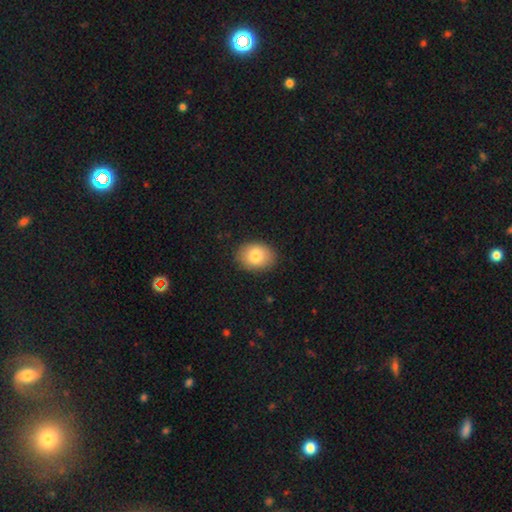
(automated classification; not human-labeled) smooth_or_featured: smooth (p=0.82) [alt: featured or disk p=0.10]
how_rounded: in between (p=0.63) [alt: round p=0.36]
merging: none (p=0.88) [alt: minor disturbance p=0.09]